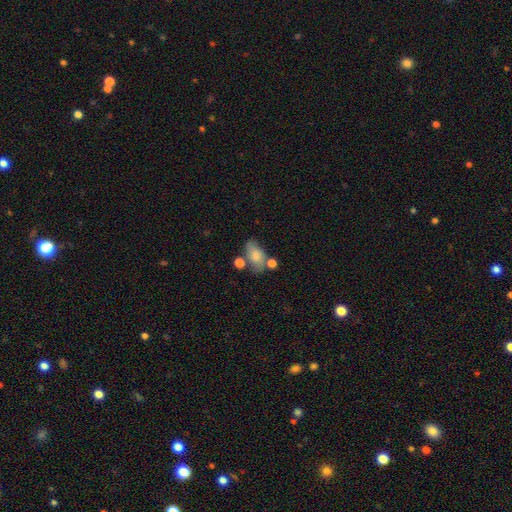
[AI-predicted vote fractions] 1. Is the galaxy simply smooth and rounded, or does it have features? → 72% smooth, 19% featured or disk, 9% star or artifact.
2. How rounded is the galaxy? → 86% in between, 11% round, 2% cigar-shaped.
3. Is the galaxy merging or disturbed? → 44% none, 24% minor disturbance, 20% merger, 12% major disturbance.